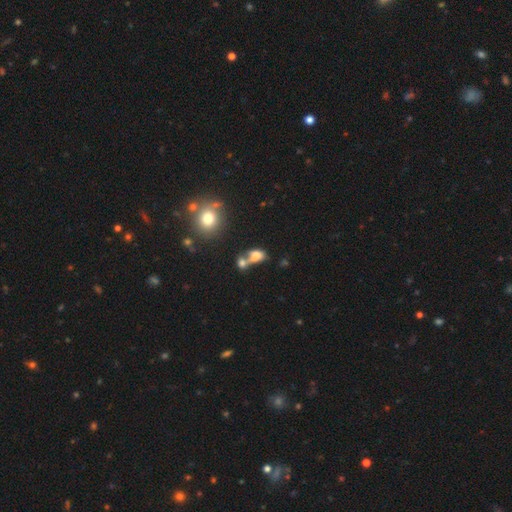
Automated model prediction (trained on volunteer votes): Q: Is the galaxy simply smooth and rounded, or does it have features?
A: smooth — 71%.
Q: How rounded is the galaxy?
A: in between — 76%.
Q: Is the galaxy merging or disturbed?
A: merger — 58%.